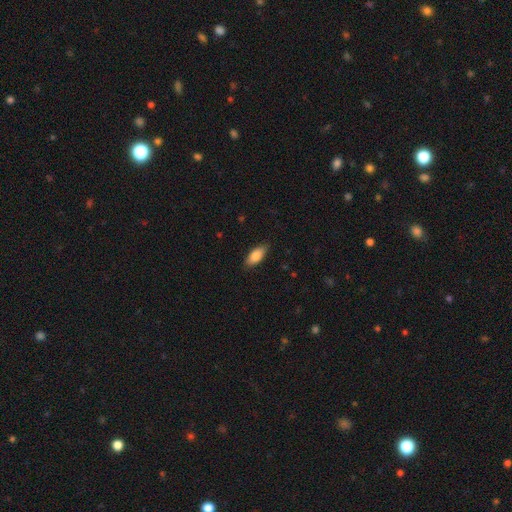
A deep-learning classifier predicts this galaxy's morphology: A smooth galaxy with no disk features (84%) that is in between round and cigar-shaped (84%).

Vote fractions:
- Smooth or featured? smooth: 84% / featured or disk: 10% / star or artifact: 6%
- How rounded? in between: 84% / cigar-shaped: 14% / round: 2%
- Merging? none: 85% / minor disturbance: 12% / major disturbance: 2% / merger: 1%